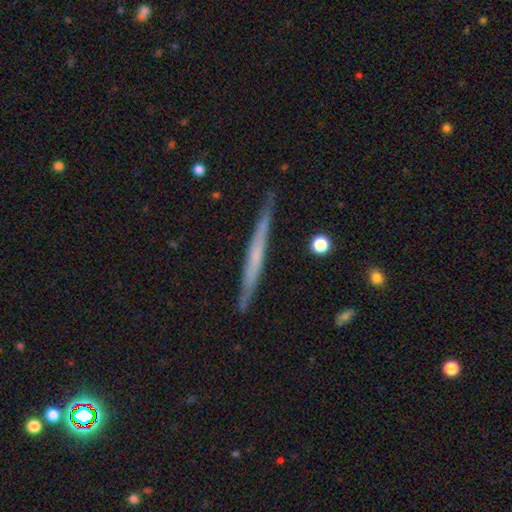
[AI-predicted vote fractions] A featured or disk galaxy (58%) viewed edge-on (97%) with no central bulge (77%). Merging: none (87%).